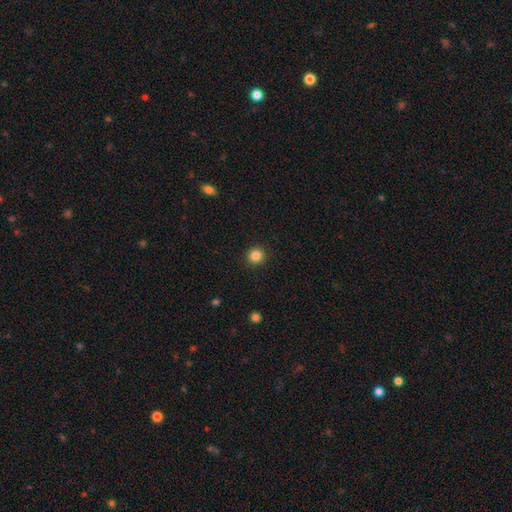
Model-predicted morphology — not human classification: type=smooth (85%); roundness=round (94%); merging=none (92%).